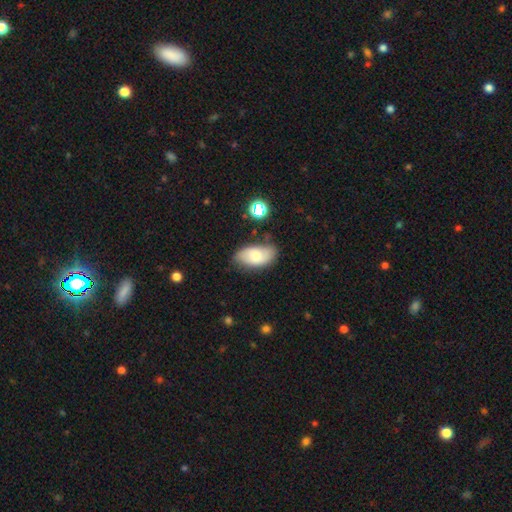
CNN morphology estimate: Smooth or featured? smooth (60%)
How rounded? in between (94%)
Merging? none (71%)